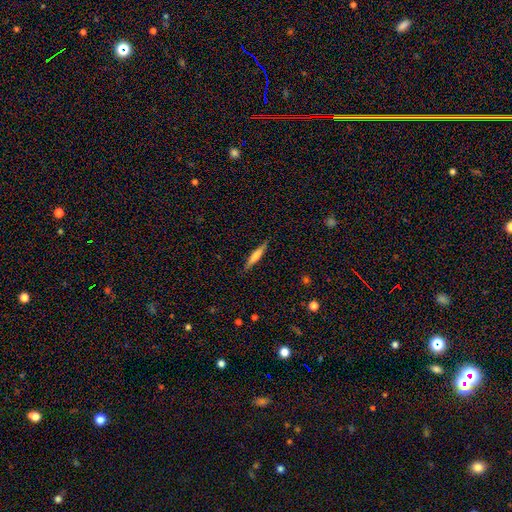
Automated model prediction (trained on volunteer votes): A smooth galaxy with no disk features (56%) that is cigar-shaped (91%). Merging: none (88%).